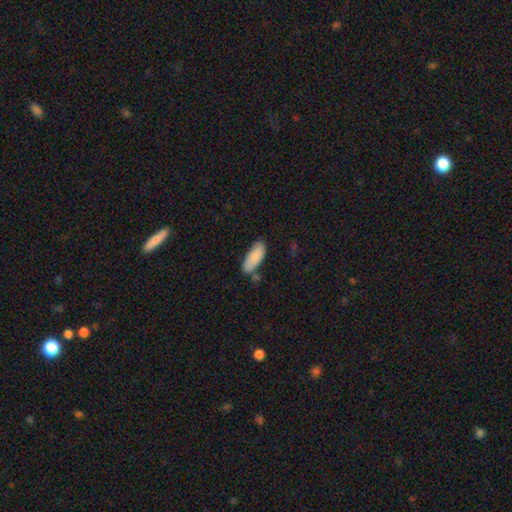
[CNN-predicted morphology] The model was most divided on "merging": none: 66%, minor disturbance: 21%, merger: 9%, major disturbance: 4%. More confident: smooth or featured — smooth (87%); how rounded — in between (75%).